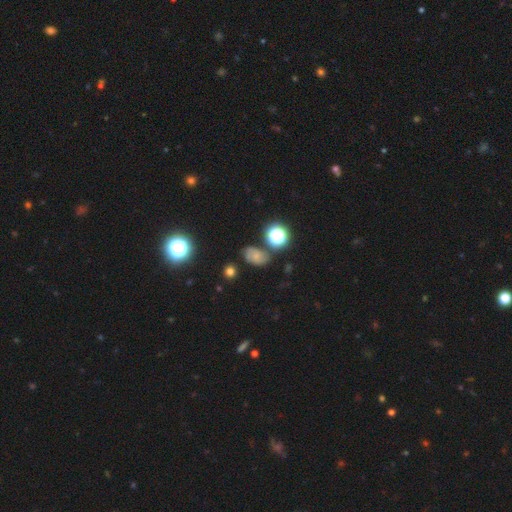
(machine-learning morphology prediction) A smooth galaxy with no disk features (41%). Merging: none (63%).